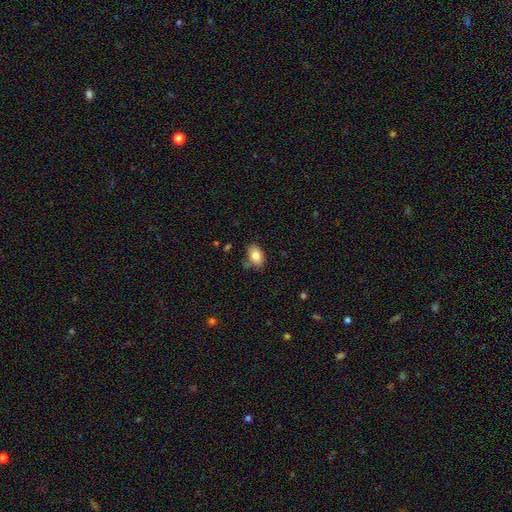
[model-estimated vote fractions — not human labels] This appears to be a smooth galaxy with no disk features (83%) that is in between round and cigar-shaped (81%). Merging: none (72%).